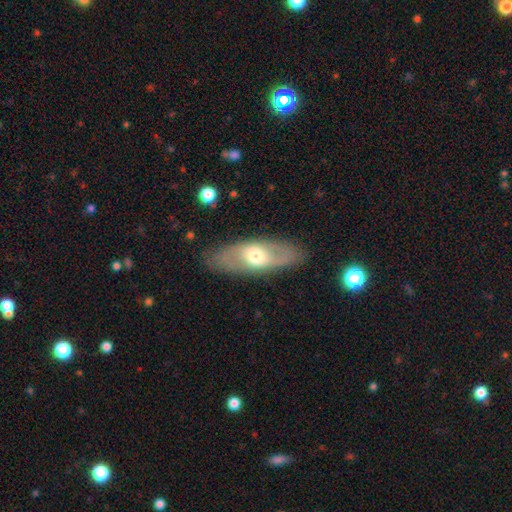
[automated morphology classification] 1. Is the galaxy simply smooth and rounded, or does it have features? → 52% featured or disk, 42% smooth, 6% star or artifact.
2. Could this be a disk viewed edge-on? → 77% no, 23% yes.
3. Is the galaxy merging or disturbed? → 84% none, 11% minor disturbance, 4% major disturbance, 1% merger.